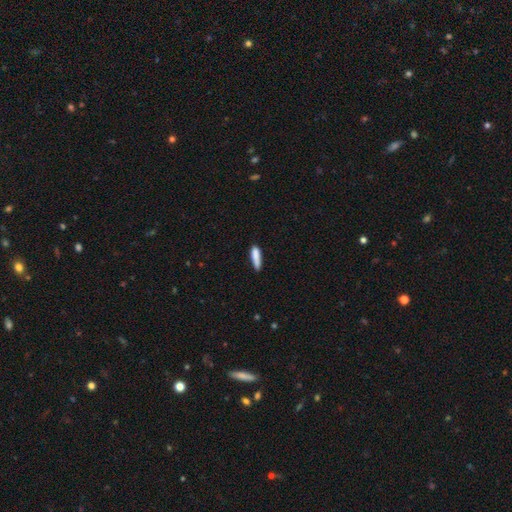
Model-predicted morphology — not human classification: Smooth or featured?
  - smooth: 84% *
  - featured or disk: 9%
  - star or artifact: 7%
How rounded?
  - cigar-shaped: 73% *
  - in between: 26%
  - round: 2%
Merging?
  - none: 68% *
  - minor disturbance: 22%
  - merger: 5%
  - major disturbance: 5%